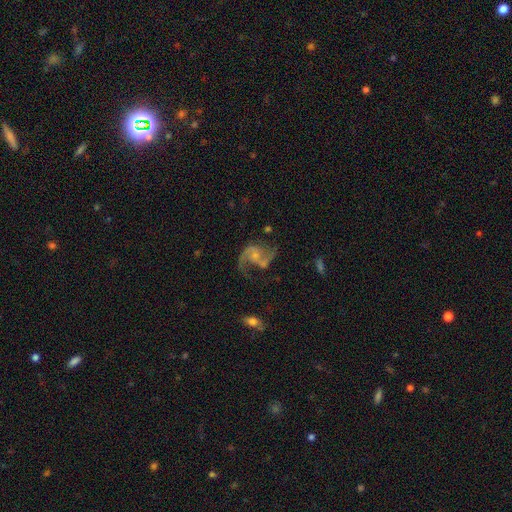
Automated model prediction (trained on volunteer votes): Smooth or featured? featured or disk (86%)
Edge-on disk? no (98%)
Bar? no (58%)
Spiral arms? yes (95%)
Spiral winding? loose (53%)
Spiral arm count? 2 (88%)
Bulge size? small (60%)
Merging? none (55%)